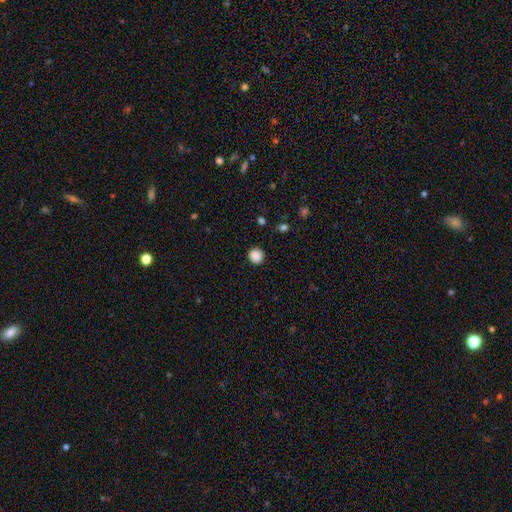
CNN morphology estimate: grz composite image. It shows a smooth galaxy with no disk features (88%) that is round (90%). Merging: none (90%).